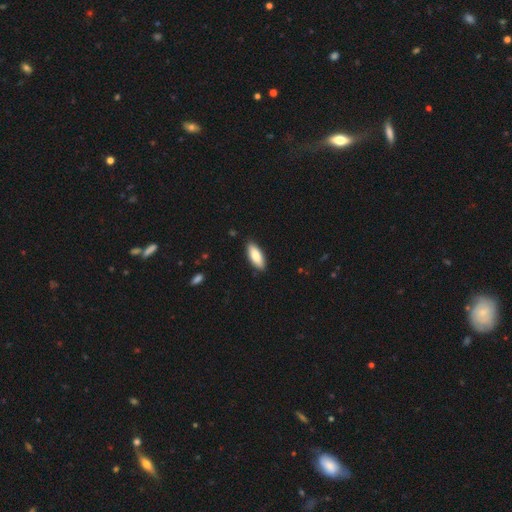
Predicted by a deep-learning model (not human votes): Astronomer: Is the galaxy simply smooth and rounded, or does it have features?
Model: smooth — 82%.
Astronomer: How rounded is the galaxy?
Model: in between — 76%.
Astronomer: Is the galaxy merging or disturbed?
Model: none — 89%.